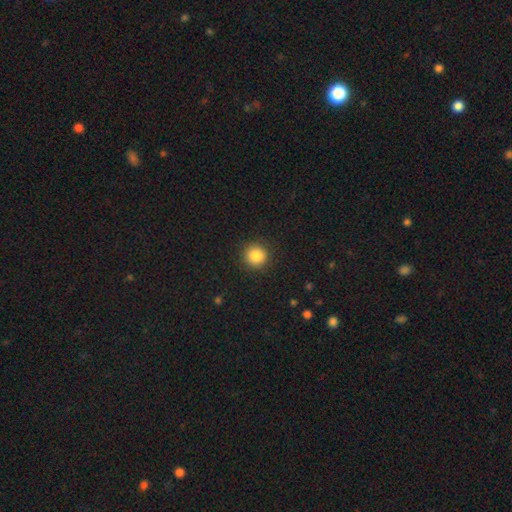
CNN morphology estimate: Overall: smooth (86%). How rounded: round (94%). Merging: none (91%).